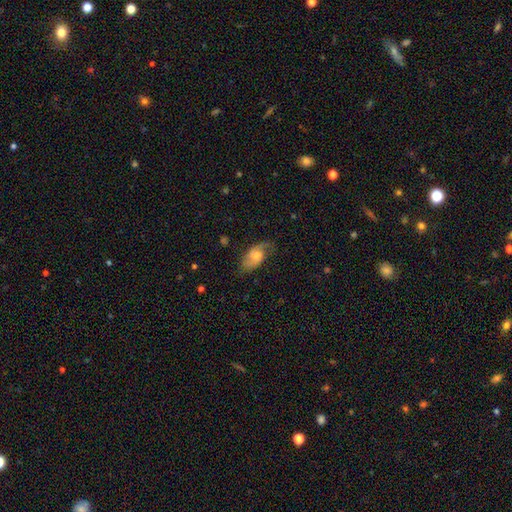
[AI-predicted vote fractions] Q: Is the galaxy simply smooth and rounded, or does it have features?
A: featured or disk — 53%.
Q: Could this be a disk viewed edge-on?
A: no — 92%.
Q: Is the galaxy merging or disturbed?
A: none — 64%.